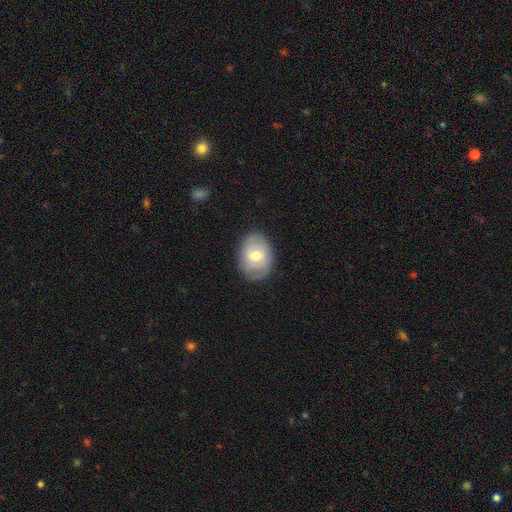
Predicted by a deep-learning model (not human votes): smooth 49%, featured or disk 45%, star or artifact 7%. Down the decision tree: merging — none (80%).